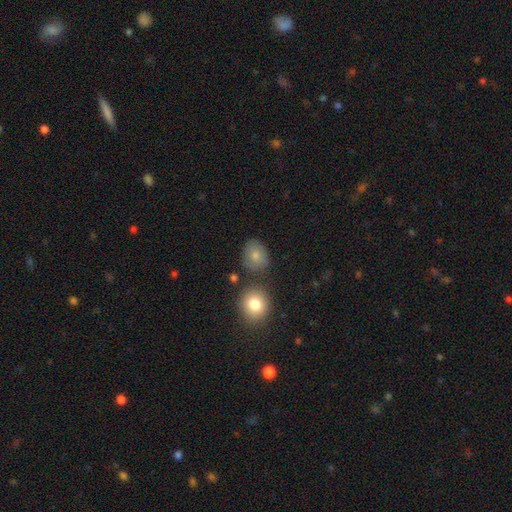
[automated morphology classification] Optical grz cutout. It shows a smooth galaxy with no disk features (78%) that is round (56%). Merging: none (68%).